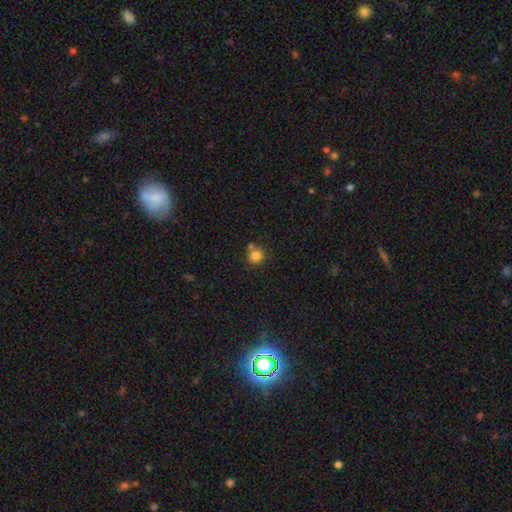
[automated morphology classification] A smooth galaxy with no disk features (81%) that is round (87%). Merging: none (62%).